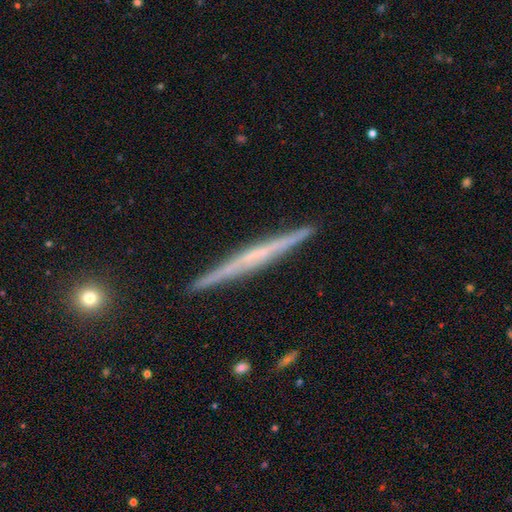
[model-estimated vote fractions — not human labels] Smooth or featured? Predicted: featured or disk (p=0.70). Edge-on disk? Predicted: yes (p=0.98). Edge-on bulge? Predicted: none (p=0.65). Merging? Predicted: none (p=0.91).